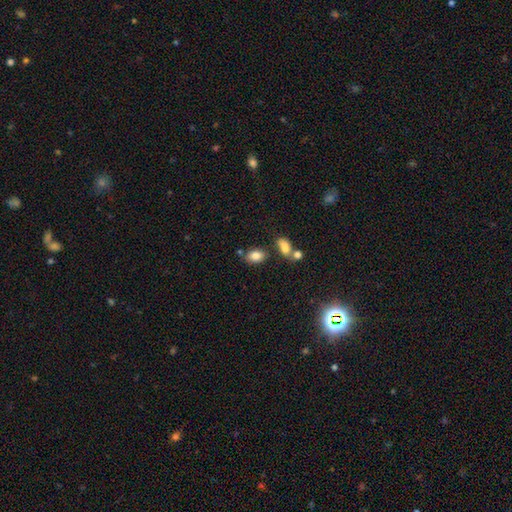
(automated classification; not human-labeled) A smooth galaxy with no disk features (83%) that is in between round and cigar-shaped (80%). Merging: none (69%).